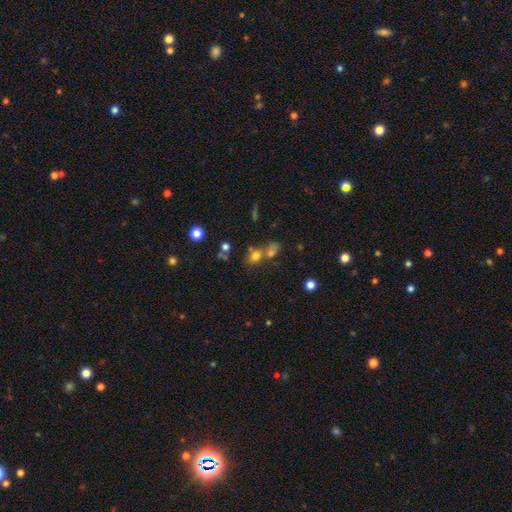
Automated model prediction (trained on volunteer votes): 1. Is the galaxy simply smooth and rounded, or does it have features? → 68% smooth, 19% star or artifact, 13% featured or disk.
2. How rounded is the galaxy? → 62% round, 35% in between, 2% cigar-shaped.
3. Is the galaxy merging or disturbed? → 48% merger, 37% none, 9% minor disturbance, 6% major disturbance.